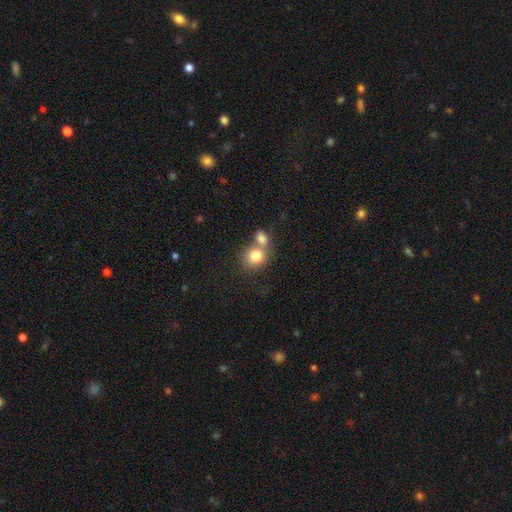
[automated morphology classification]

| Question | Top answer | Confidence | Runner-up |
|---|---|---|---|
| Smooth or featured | smooth | 80% | featured or disk (11%) |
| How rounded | round | 76% | in between (23%) |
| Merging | merger | 53% | none (36%) |